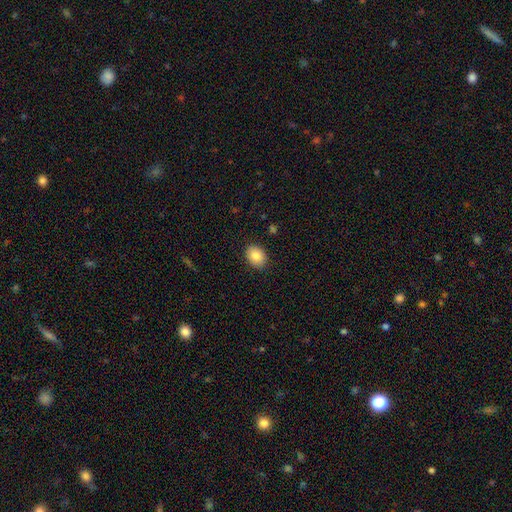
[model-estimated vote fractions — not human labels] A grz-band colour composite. It shows a smooth galaxy with no disk features (86%) that is in between round and cigar-shaped (61%). Merging: none (88%).